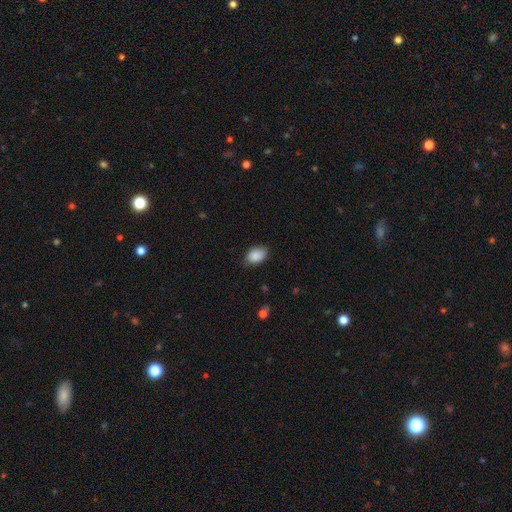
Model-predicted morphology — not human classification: Smooth or featured: smooth — 89% (star or artifact — 7%)
How rounded: in between — 86% (round — 13%)
Merging: none — 77% (minor disturbance — 18%)